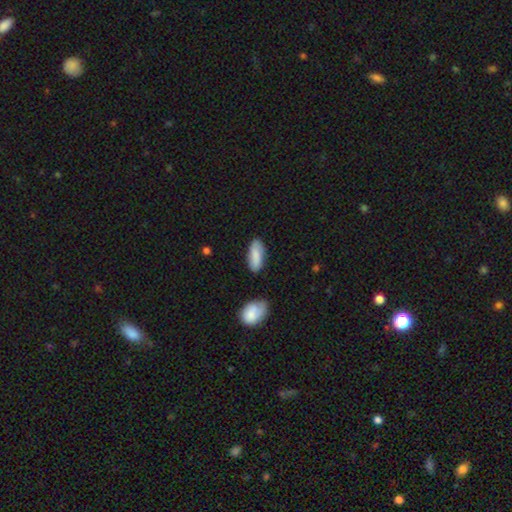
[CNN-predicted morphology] The model was most divided on "how rounded": in between: 79%, cigar-shaped: 19%, round: 2%. More confident: smooth or featured — smooth (83%); merging — none (79%).